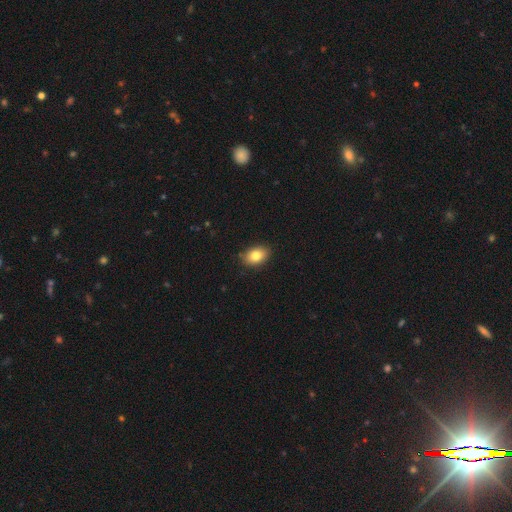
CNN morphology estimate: smooth-or-featured: smooth: 82% | featured or disk: 9% | star or artifact: 9%
  how-rounded: in between: 81% | round: 18% | cigar-shaped: 1%
  merging: none: 86% | minor disturbance: 11% | major disturbance: 2% | merger: 1%